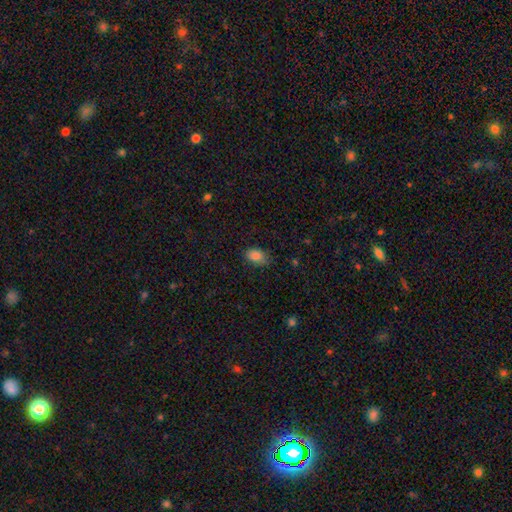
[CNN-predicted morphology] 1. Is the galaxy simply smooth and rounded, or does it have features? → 86% smooth, 9% star or artifact, 5% featured or disk.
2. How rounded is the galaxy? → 85% in between, 14% round, 1% cigar-shaped.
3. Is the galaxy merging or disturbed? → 73% none, 21% minor disturbance, 4% major disturbance, 1% merger.